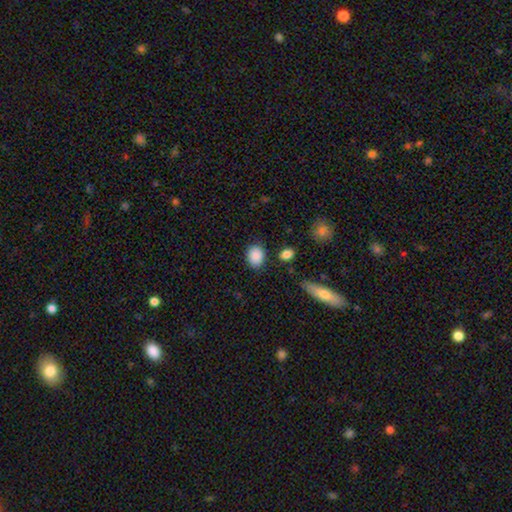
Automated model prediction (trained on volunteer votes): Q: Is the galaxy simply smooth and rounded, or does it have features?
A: smooth — 89%.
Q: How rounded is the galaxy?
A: in between — 56%.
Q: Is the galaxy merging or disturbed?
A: none — 81%.